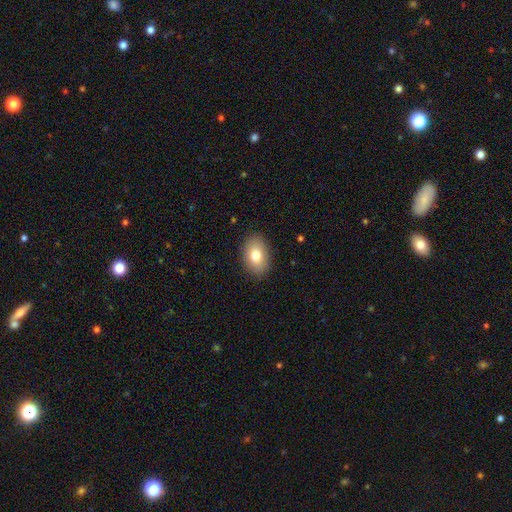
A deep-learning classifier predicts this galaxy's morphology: smooth 79%, featured or disk 13%, star or artifact 8%. Down the decision tree: how rounded — in between (84%); merging — none (88%).